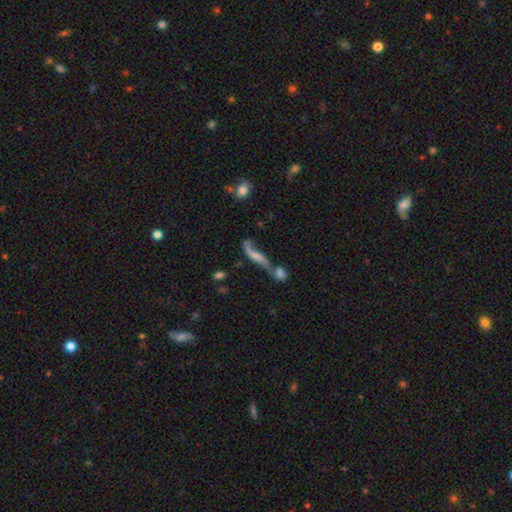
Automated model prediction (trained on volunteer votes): Smooth or featured?
  - featured or disk: 62% *
  - smooth: 28%
  - star or artifact: 11%
Edge-on disk?
  - no: 69% *
  - yes: 31%
Merging?
  - merger: 47% *
  - none: 27%
  - minor disturbance: 13%
  - major disturbance: 13%